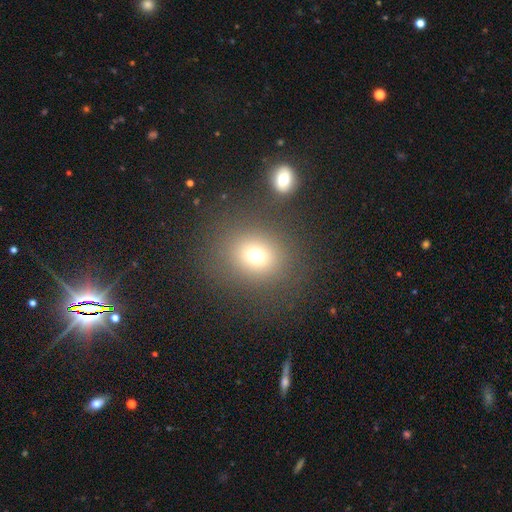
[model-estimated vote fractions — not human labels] Smooth or featured: smooth — 71% (star or artifact — 18%)
How rounded: round — 74% (in between — 25%)
Merging: none — 76% (minor disturbance — 9%)